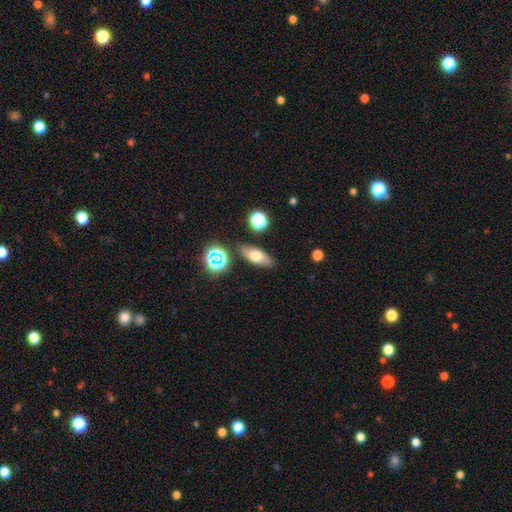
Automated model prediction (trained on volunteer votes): This appears to be a smooth galaxy with no disk features (62%) that is in between round and cigar-shaped (71%). Merging: none (82%).